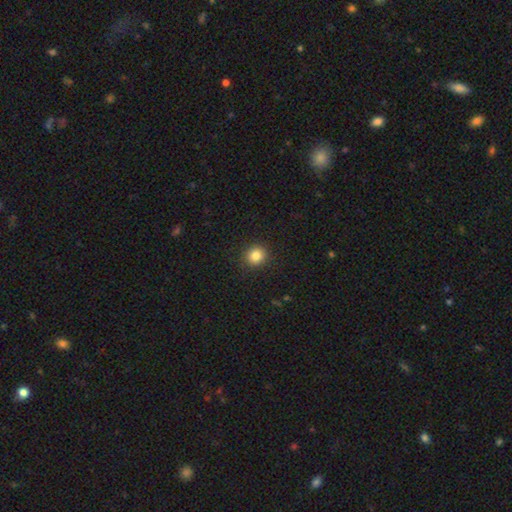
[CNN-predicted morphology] Smooth or featured? Predicted: smooth (p=0.85). How rounded? Predicted: round (p=0.89). Merging? Predicted: none (p=0.90).